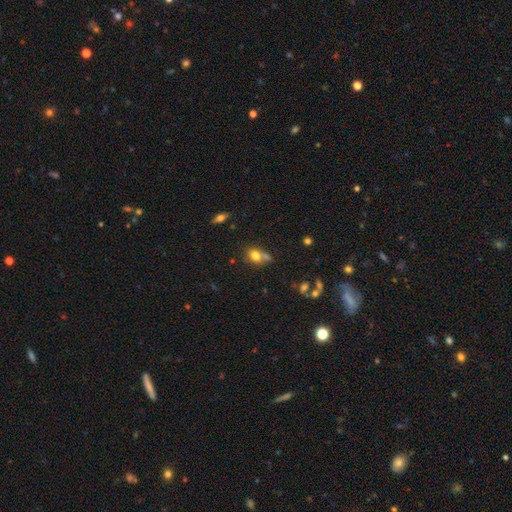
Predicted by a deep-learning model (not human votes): The model was most divided on "how rounded": round: 52%, in between: 46%, cigar-shaped: 2%. Remaining: smooth or featured — smooth (75%); merging — none (45%).